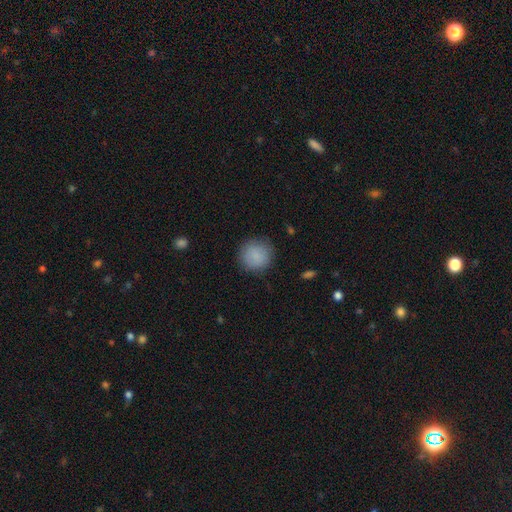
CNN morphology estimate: smooth_or_featured: smooth (p=0.88) [alt: star or artifact p=0.08]
how_rounded: round (p=0.93) [alt: in between p=0.06]
merging: none (p=0.86) [alt: minor disturbance p=0.10]